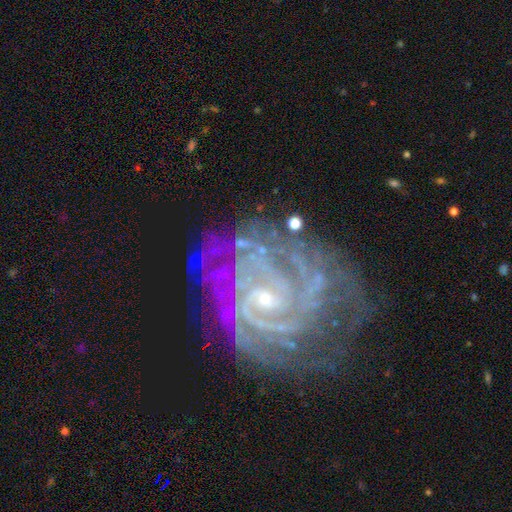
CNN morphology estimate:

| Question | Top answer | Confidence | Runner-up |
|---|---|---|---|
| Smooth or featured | featured or disk | 89% | star or artifact (7%) |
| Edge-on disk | no | 98% | yes (2%) |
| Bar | no | 45% | weak (42%) |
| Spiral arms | yes | 97% | no (3%) |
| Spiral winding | tight | 70% | medium (26%) |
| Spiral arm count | can't tell | 26% | 2 (24%) |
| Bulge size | small | 74% | moderate (21%) |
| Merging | none | 65% | minor disturbance (21%) |